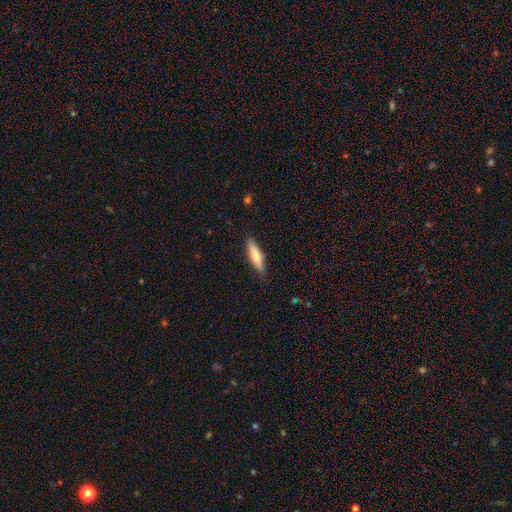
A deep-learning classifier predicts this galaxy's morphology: A smooth galaxy with no disk features (70%) that is cigar-shaped (73%).

Vote fractions:
- Smooth or featured? smooth: 70% / featured or disk: 24% / star or artifact: 6%
- How rounded? cigar-shaped: 73% / in between: 25% / round: 2%
- Merging? none: 87% / minor disturbance: 10% / major disturbance: 2% / merger: 1%